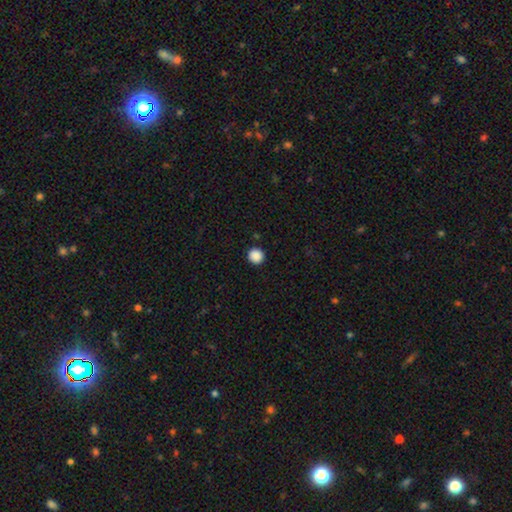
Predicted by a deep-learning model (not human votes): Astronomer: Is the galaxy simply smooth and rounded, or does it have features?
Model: smooth — 89%.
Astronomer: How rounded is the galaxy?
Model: round — 95%.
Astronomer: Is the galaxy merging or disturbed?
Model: none — 93%.